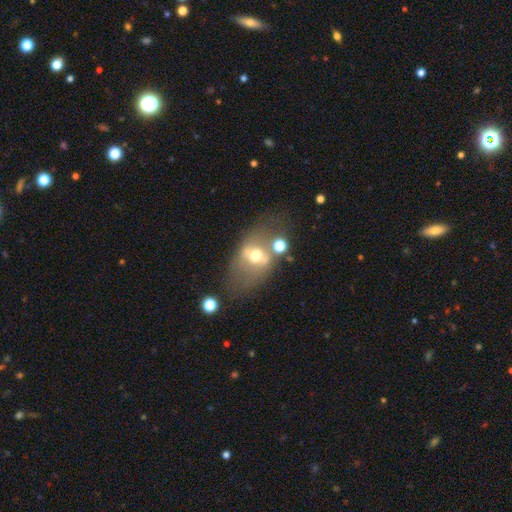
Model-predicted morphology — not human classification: featured or disk 50%, smooth 39%, star or artifact 11%. Down the decision tree: merging — none (50%).